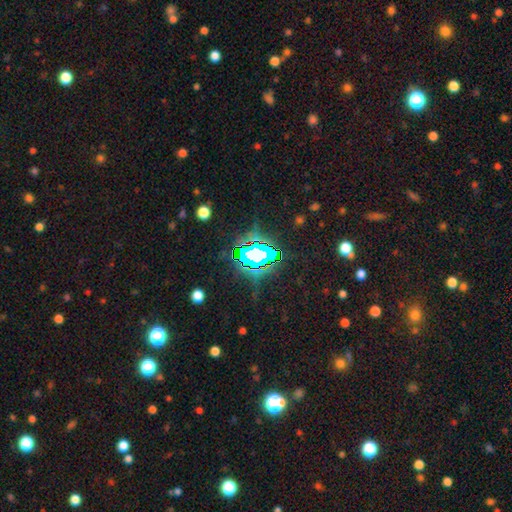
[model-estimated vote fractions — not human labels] smooth_or_featured: star or artifact (p=0.72) [alt: smooth p=0.15]